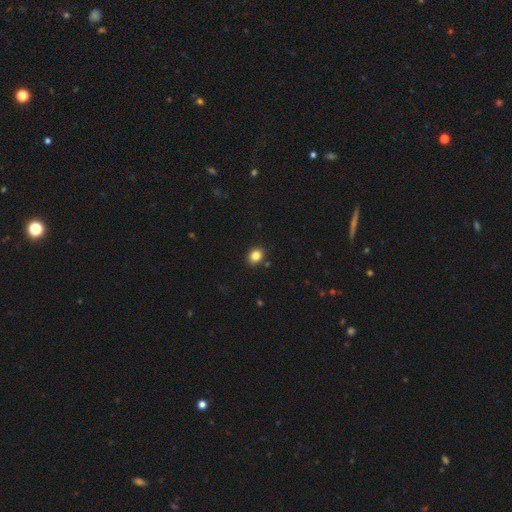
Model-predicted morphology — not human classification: This is clearly a smooth galaxy (84%). How rounded: possibly round (54%). Merging: clearly none (89%).